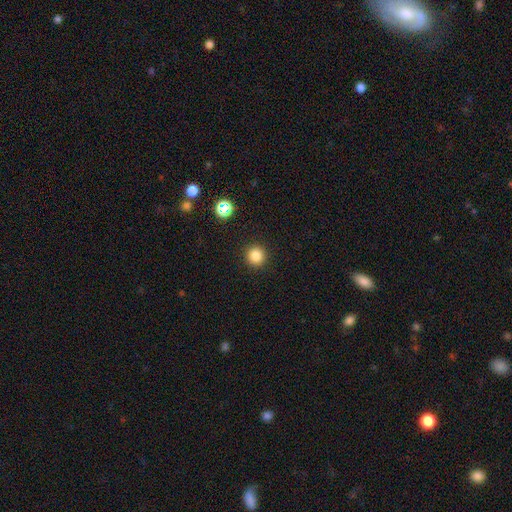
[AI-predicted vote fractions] Overall: smooth (83%). How rounded: round (95%). Merging: none (92%).